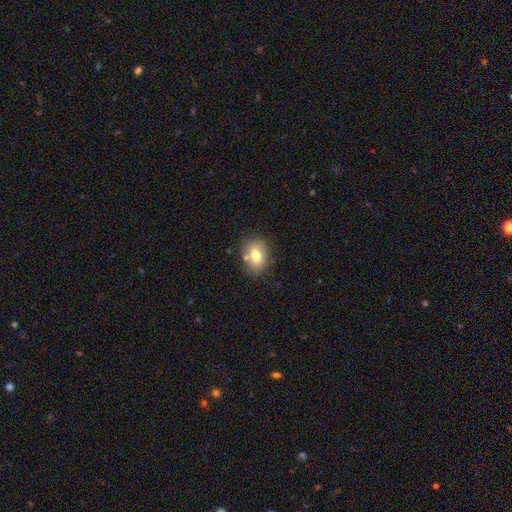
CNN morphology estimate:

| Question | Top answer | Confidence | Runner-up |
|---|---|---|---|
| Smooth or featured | smooth | 74% | featured or disk (18%) |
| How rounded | in between | 74% | round (24%) |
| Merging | none | 72% | minor disturbance (16%) |